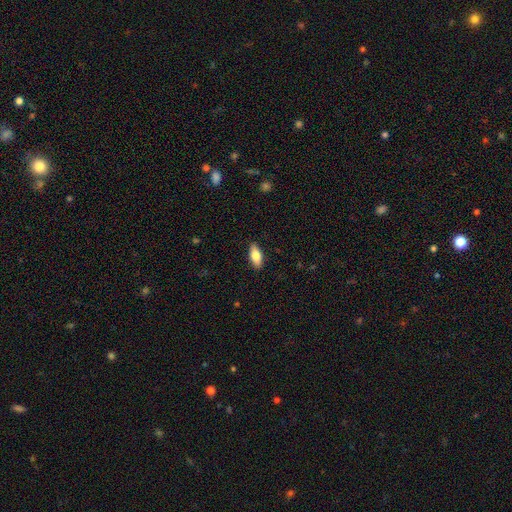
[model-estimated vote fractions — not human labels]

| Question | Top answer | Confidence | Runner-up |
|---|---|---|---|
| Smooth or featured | smooth | 75% | featured or disk (19%) |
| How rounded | in between | 80% | cigar-shaped (17%) |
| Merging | none | 88% | minor disturbance (9%) |